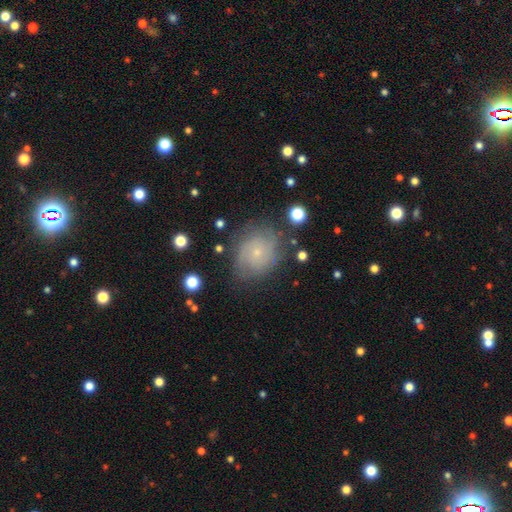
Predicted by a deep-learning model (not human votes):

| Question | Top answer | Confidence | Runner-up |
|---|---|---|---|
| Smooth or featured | featured or disk | 56% | smooth (28%) |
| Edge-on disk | no | 97% | yes (3%) |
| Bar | no | 81% | weak (16%) |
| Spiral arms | yes | 87% | no (13%) |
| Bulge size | small | 82% | moderate (13%) |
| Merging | none | 76% | minor disturbance (16%) |